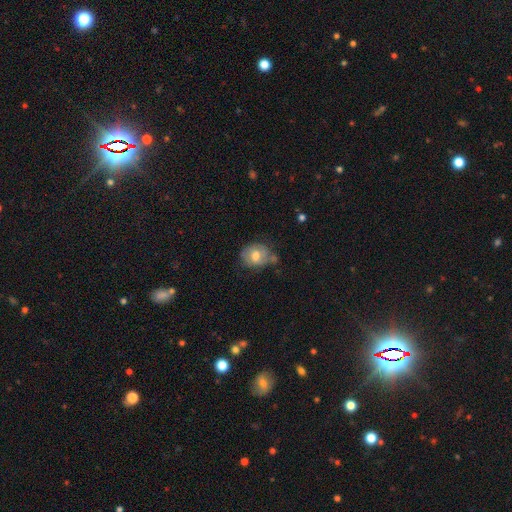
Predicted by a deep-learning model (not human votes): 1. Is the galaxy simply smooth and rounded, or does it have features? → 55% smooth, 37% featured or disk, 8% star or artifact.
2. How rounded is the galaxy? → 53% round, 46% in between, 1% cigar-shaped.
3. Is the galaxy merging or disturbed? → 50% none, 29% minor disturbance, 11% major disturbance, 9% merger.